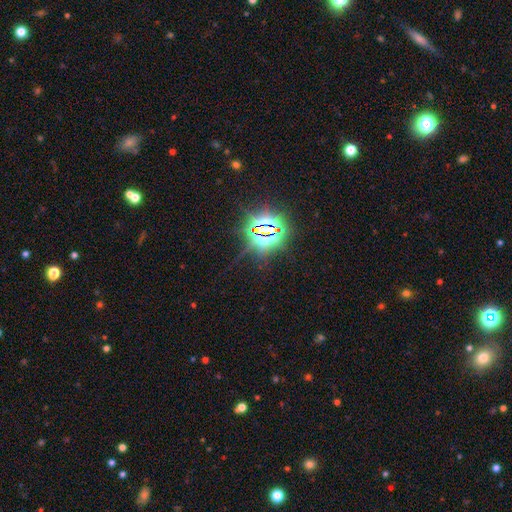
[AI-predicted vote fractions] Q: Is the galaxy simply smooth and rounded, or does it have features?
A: star or artifact — 81%.